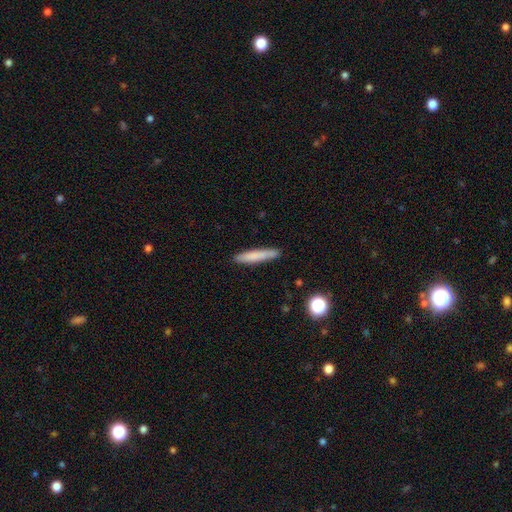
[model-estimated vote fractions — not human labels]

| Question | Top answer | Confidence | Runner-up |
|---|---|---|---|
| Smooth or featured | smooth | 76% | featured or disk (17%) |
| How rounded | cigar-shaped | 92% | in between (7%) |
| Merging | none | 86% | minor disturbance (10%) |